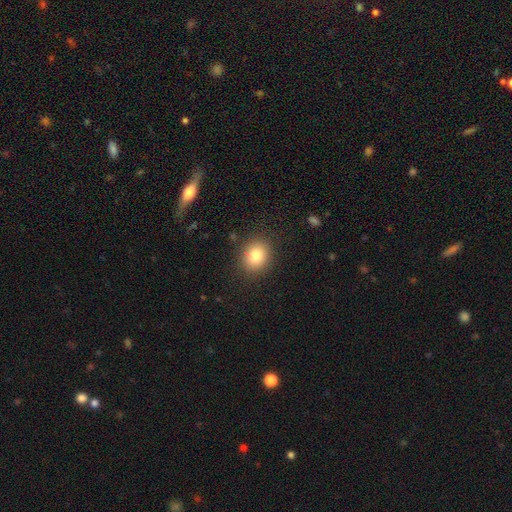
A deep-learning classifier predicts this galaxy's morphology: Smooth or featured? smooth (81%)
How rounded? round (68%)
Merging? none (87%)